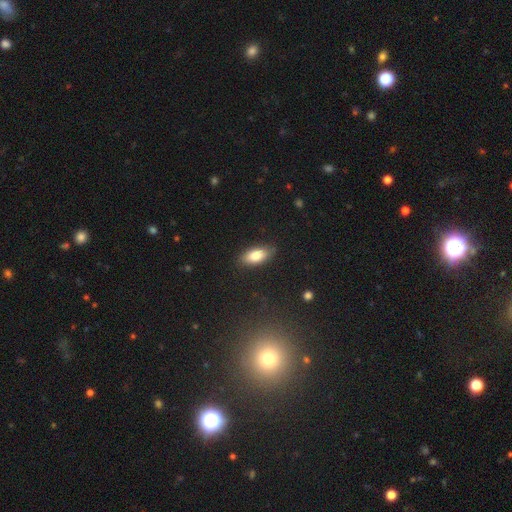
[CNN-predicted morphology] Q: Smooth or featured?
A: smooth (81%); runner-up: featured or disk (12%)
Q: How rounded?
A: in between (88%); runner-up: cigar-shaped (10%)
Q: Merging?
A: none (85%); runner-up: minor disturbance (12%)